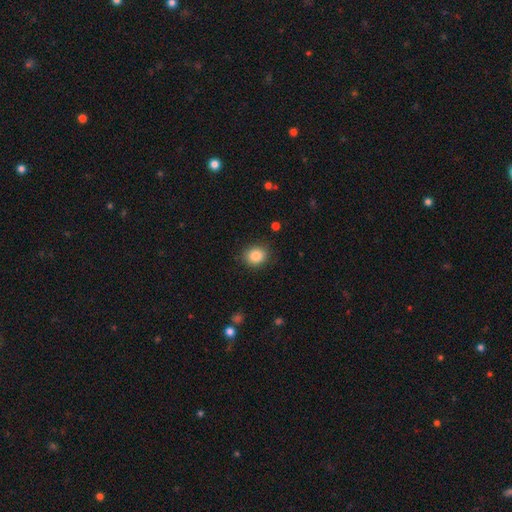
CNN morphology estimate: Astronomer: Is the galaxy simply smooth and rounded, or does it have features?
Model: smooth — 87%.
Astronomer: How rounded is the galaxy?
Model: round — 68%.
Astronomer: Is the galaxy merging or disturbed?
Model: none — 87%.